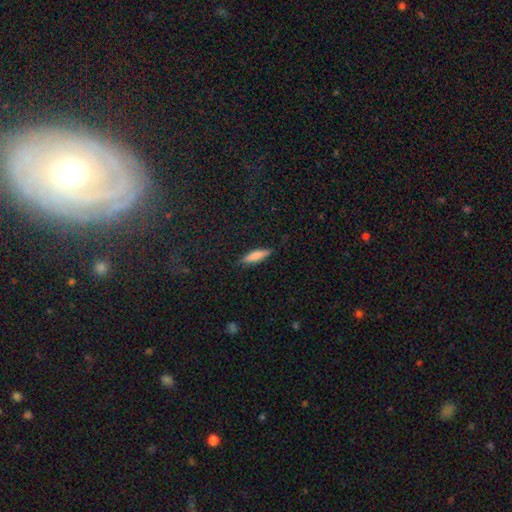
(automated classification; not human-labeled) Smooth or featured? smooth (73%)
How rounded? cigar-shaped (71%)
Merging? none (85%)